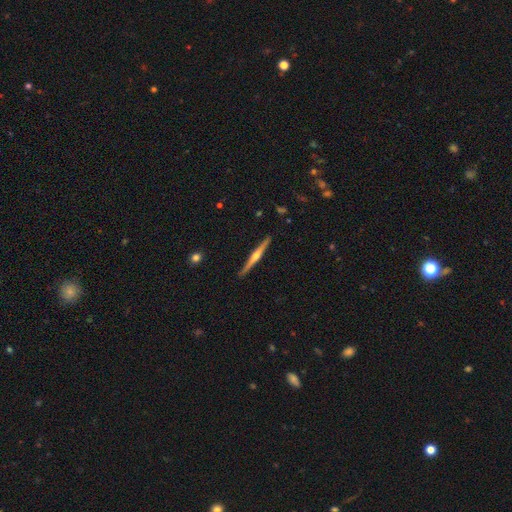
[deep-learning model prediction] Morphology: type=featured or disk (76%); edge-on=yes (98%); edge-on bulge=rounded (89%); merging=none (90%).